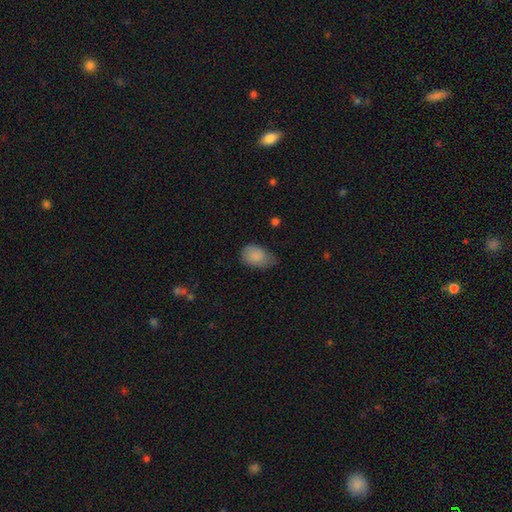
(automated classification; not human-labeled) Smooth or featured: smooth — 86% (star or artifact — 7%)
How rounded: in between — 82% (round — 17%)
Merging: none — 47% (minor disturbance — 42%)